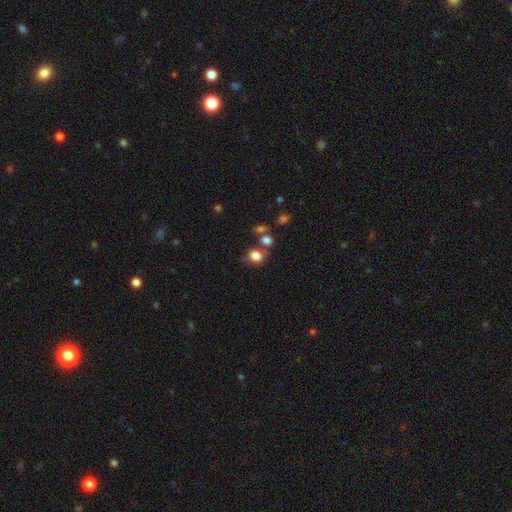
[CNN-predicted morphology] Q: Smooth or featured?
A: smooth (81%); runner-up: star or artifact (12%)
Q: How rounded?
A: round (62%); runner-up: in between (37%)
Q: Merging?
A: none (59%); runner-up: merger (19%)